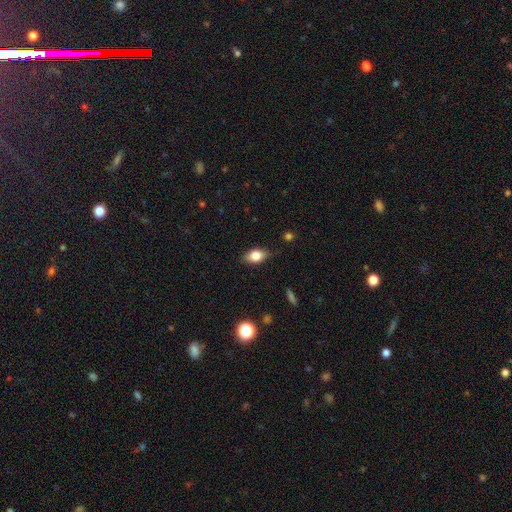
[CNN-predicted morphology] The model was most divided on "smooth or featured": smooth: 78%, featured or disk: 14%, star or artifact: 8%. More confident: how rounded — in between (87%); merging — none (82%).